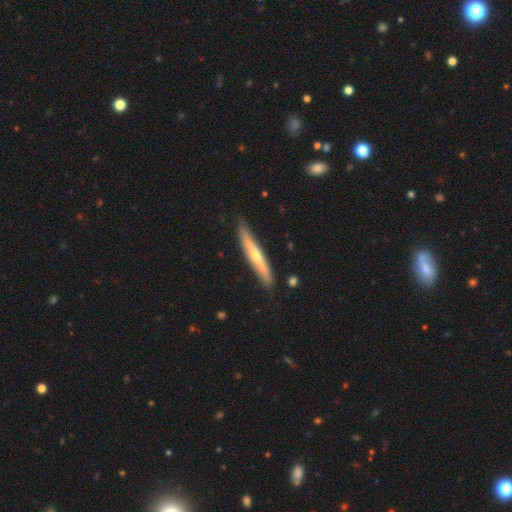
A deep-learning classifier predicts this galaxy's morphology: Q: Smooth or featured?
A: featured or disk (57%); runner-up: smooth (36%)
Q: Edge-on disk?
A: yes (91%); runner-up: no (9%)
Q: Edge-on bulge?
A: rounded (79%); runner-up: none (18%)
Q: Merging?
A: none (86%); runner-up: minor disturbance (11%)